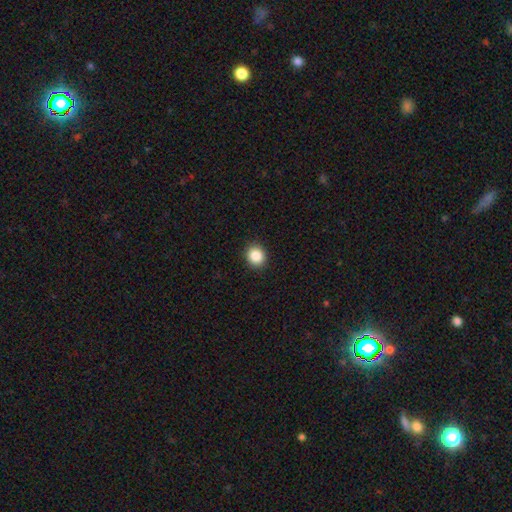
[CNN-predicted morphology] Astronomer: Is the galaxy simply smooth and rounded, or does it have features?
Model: smooth — 86%.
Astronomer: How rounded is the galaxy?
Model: round — 79%.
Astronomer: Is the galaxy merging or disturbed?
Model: none — 91%.